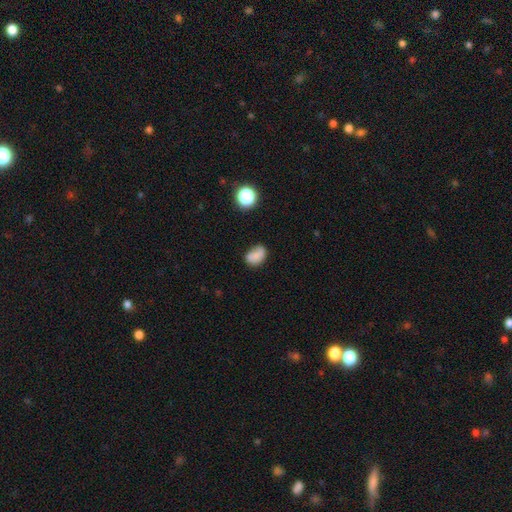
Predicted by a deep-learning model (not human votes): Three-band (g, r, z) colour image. It shows a smooth galaxy with no disk features (75%) that is in between round and cigar-shaped (74%). Merging: none (58%).